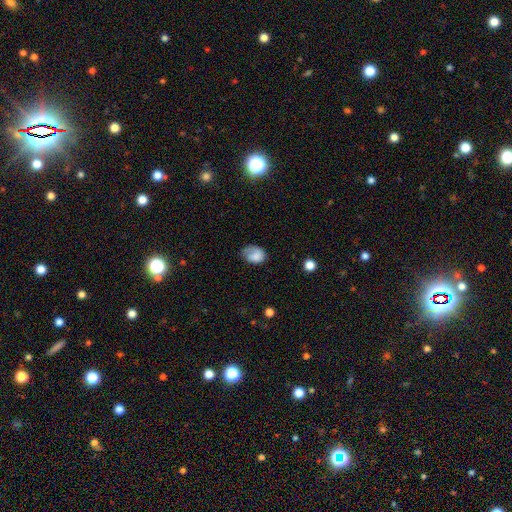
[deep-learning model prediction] Smooth or featured? smooth (75%)
How rounded? in between (74%)
Merging? none (47%)